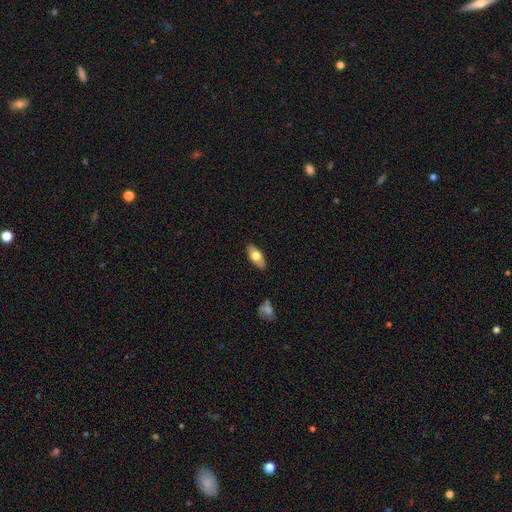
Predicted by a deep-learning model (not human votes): smooth-or-featured: smooth: 66% | featured or disk: 28% | star or artifact: 6%
  how-rounded: in between: 87% | cigar-shaped: 10% | round: 3%
  merging: none: 86% | minor disturbance: 11% | major disturbance: 2% | merger: 1%